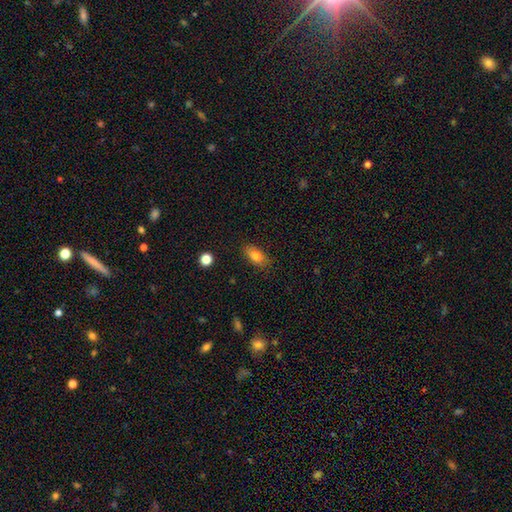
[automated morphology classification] Smooth or featured: smooth — 81% (featured or disk — 10%)
How rounded: in between — 86% (cigar-shaped — 8%)
Merging: none — 84% (minor disturbance — 12%)